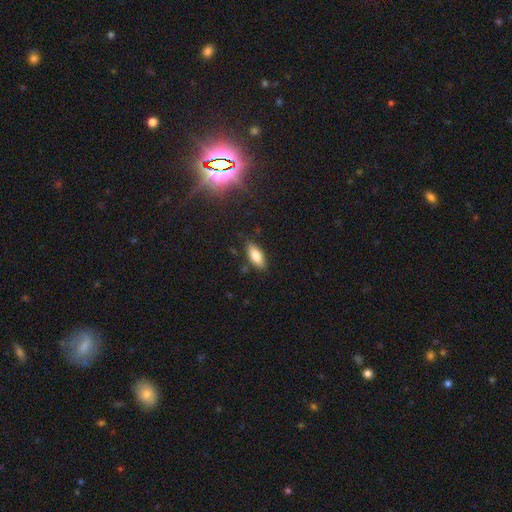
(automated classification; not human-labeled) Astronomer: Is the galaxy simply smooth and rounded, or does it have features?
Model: smooth — 77%.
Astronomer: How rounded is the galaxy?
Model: in between — 79%.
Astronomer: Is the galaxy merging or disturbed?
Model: none — 84%.